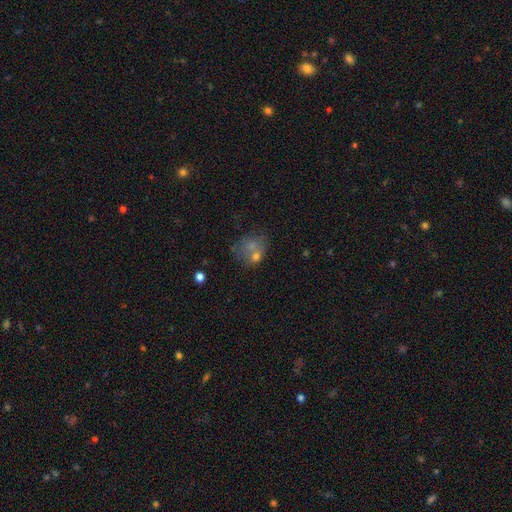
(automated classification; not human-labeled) smooth 60%, featured or disk 26%, star or artifact 14%. Down the decision tree: how rounded — round (56%); merging — merger (38%).